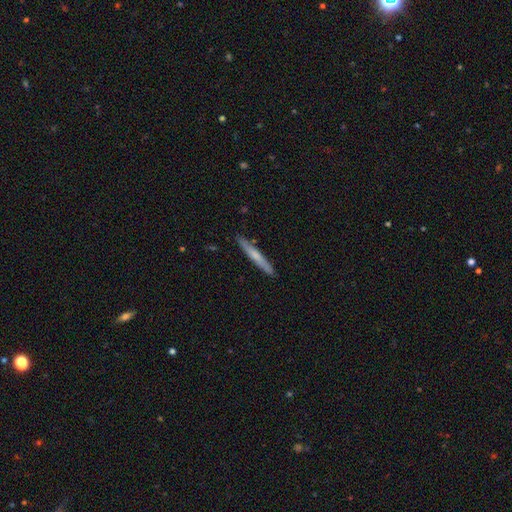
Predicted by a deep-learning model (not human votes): Smooth or featured?
  - smooth: 50% *
  - featured or disk: 45%
  - star or artifact: 6%
Merging?
  - none: 90% *
  - minor disturbance: 8%
  - major disturbance: 1%
  - merger: 1%